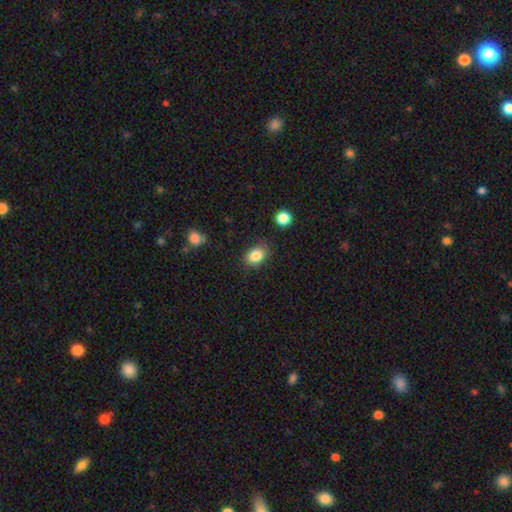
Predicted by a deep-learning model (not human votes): This appears to be a smooth galaxy with no disk features (85%) that is in between round and cigar-shaped (70%). Merging: none (80%).